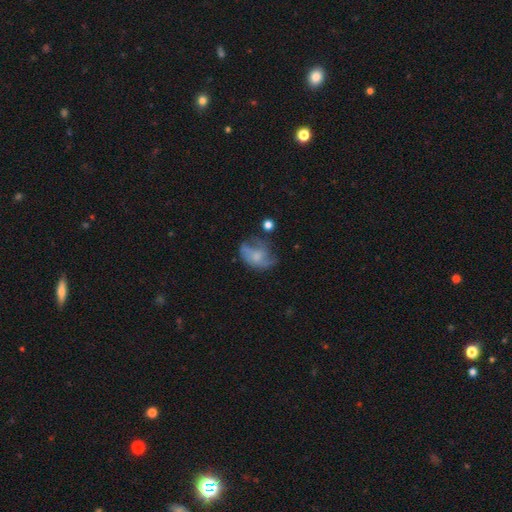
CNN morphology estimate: featured or disk 45%, smooth 44%, star or artifact 11%. Down the decision tree: merging — none (34%).